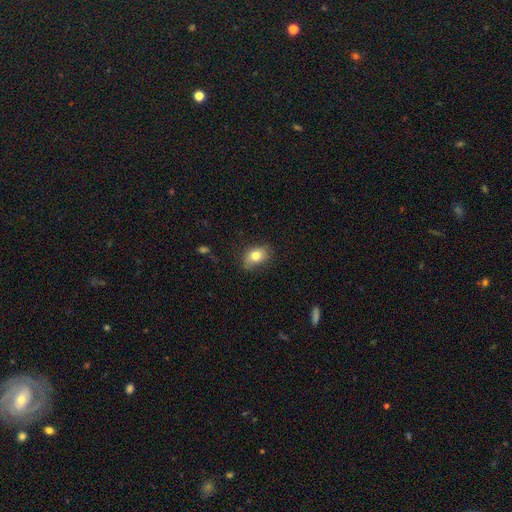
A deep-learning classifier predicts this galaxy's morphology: Smooth or featured? smooth (78%)
How rounded? in between (74%)
Merging? none (74%)